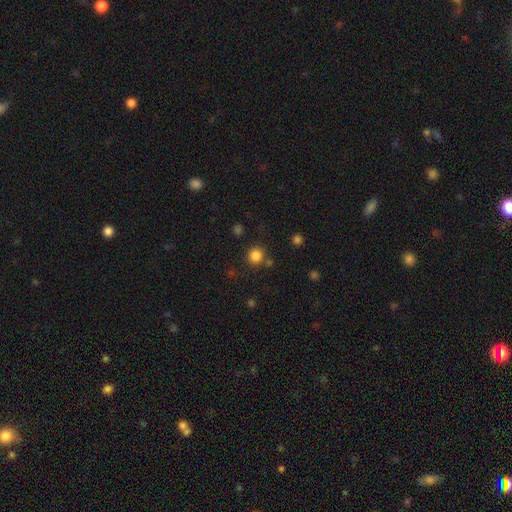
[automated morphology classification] The model was most divided on "smooth or featured": smooth: 83%, star or artifact: 13%, featured or disk: 4%. More confident: how rounded — round (93%); merging — none (82%).